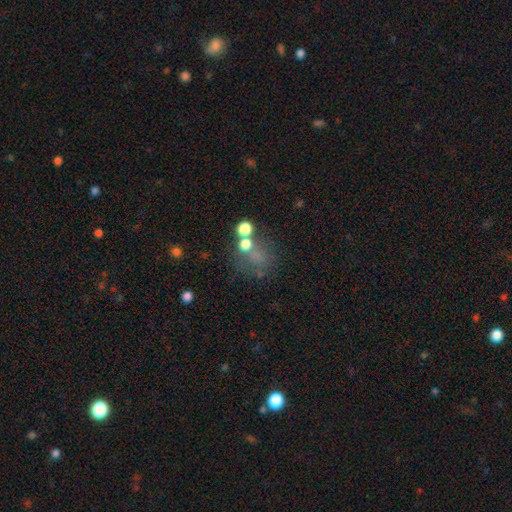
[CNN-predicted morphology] This is possibly a smooth galaxy (51%). How rounded: likely round (67%). Merging: possibly none (48%).